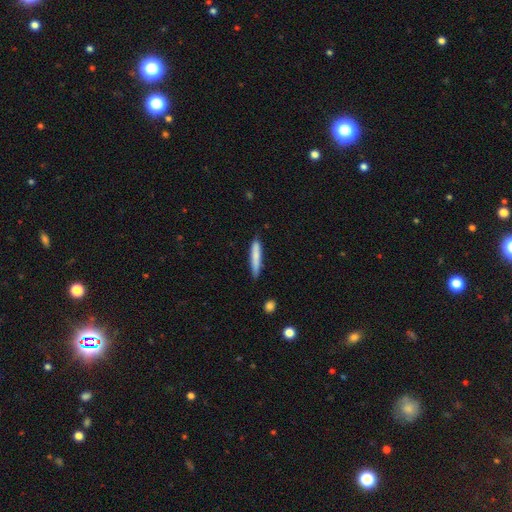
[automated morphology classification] smooth_or_featured: smooth (p=0.77) [alt: featured or disk p=0.18]
how_rounded: cigar-shaped (p=0.92) [alt: in between p=0.07]
merging: none (p=0.81) [alt: minor disturbance p=0.15]